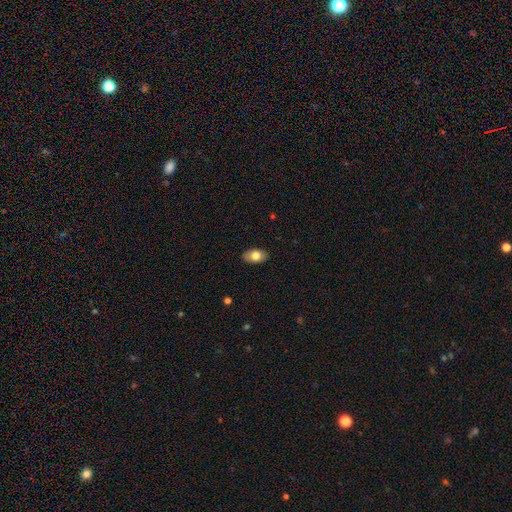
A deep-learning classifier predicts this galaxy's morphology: Smooth or featured: smooth — 77% (featured or disk — 16%)
How rounded: in between — 91% (round — 7%)
Merging: none — 87% (minor disturbance — 11%)